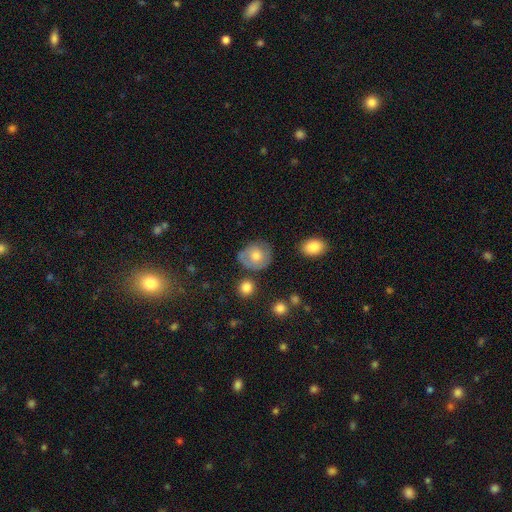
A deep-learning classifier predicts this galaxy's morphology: type=smooth (65%); roundness=round (76%); merging=none (63%).